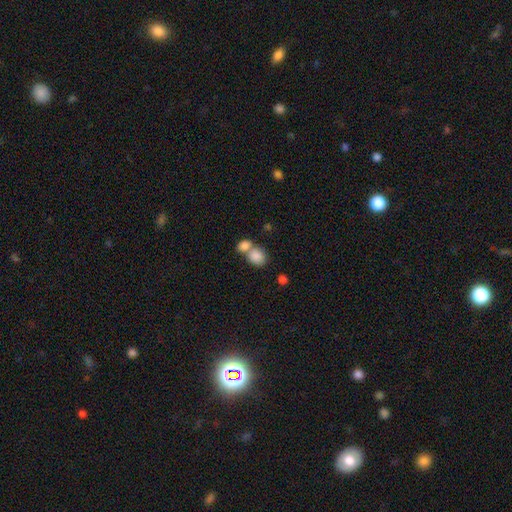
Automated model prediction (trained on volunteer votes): smooth_or_featured: smooth (p=0.85) [alt: star or artifact p=0.08]
how_rounded: in between (p=0.51) [alt: round p=0.47]
merging: merger (p=0.57) [alt: none p=0.32]